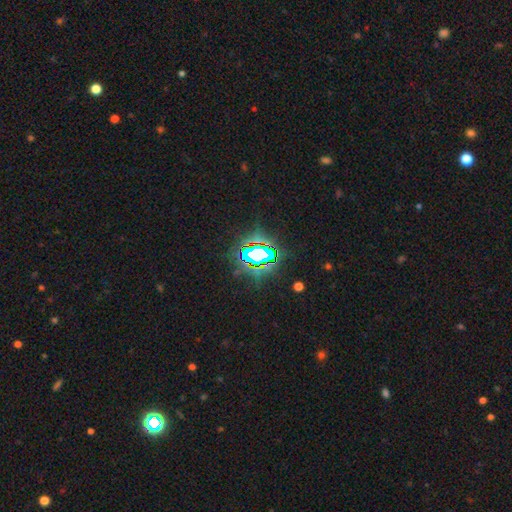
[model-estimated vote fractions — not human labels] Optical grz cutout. It shows a star or artifact, not a galaxy (73%).